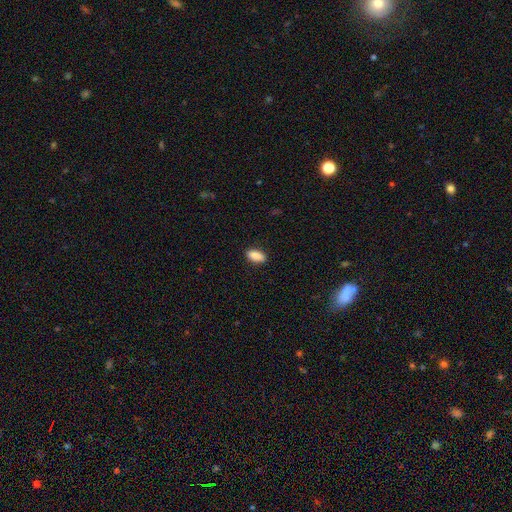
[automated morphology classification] This is clearly a smooth galaxy (89%). How rounded: clearly in between (88%). Merging: clearly none (88%).